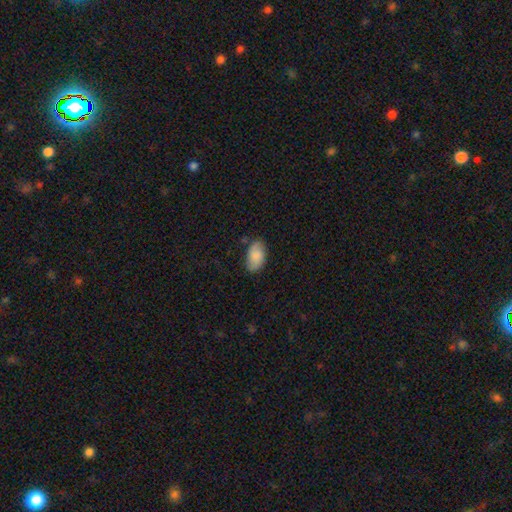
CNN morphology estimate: Q: Smooth or featured?
A: smooth (82%); runner-up: featured or disk (12%)
Q: How rounded?
A: in between (94%); runner-up: round (4%)
Q: Merging?
A: none (77%); runner-up: minor disturbance (18%)